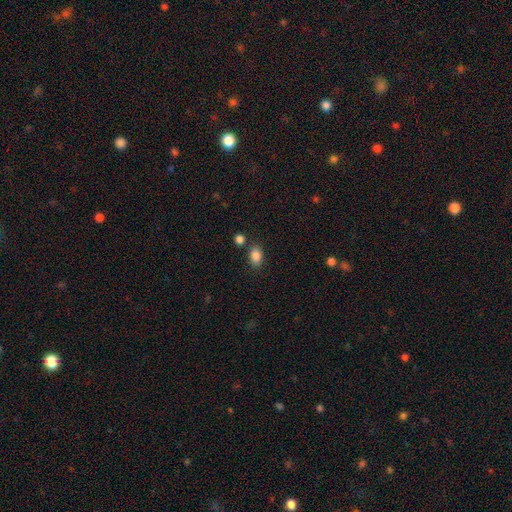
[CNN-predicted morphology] The model was most divided on "how rounded": in between: 80%, round: 19%, cigar-shaped: 1%. More confident: smooth or featured — smooth (86%); merging — none (78%).